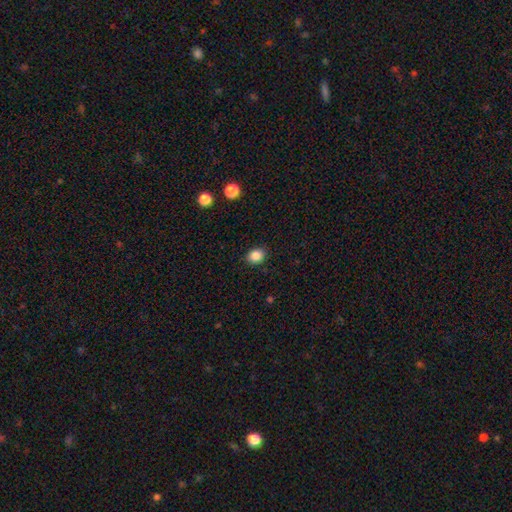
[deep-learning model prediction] smooth 86%, star or artifact 10%, featured or disk 4%. Down the decision tree: how rounded — round (62%); merging — none (89%).